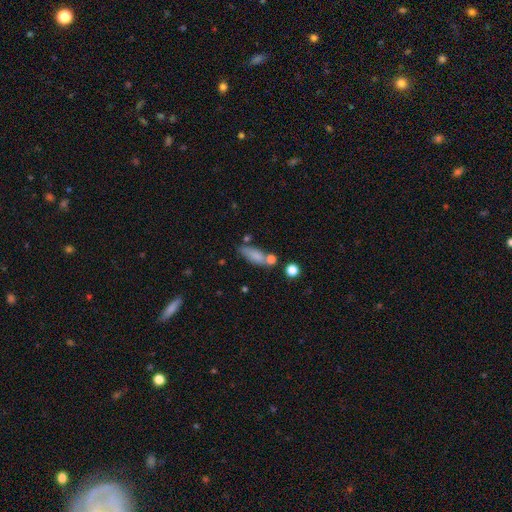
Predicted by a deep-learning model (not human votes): A smooth galaxy with no disk features (78%) that is in between round and cigar-shaped (63%). Merging: none (55%).